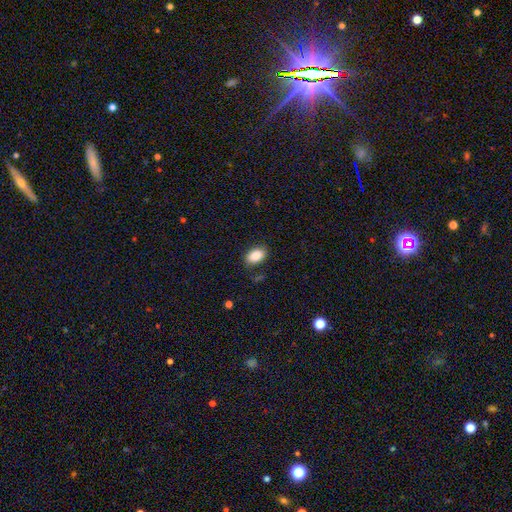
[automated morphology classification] Smooth or featured? smooth (87%)
How rounded? in between (89%)
Merging? none (83%)